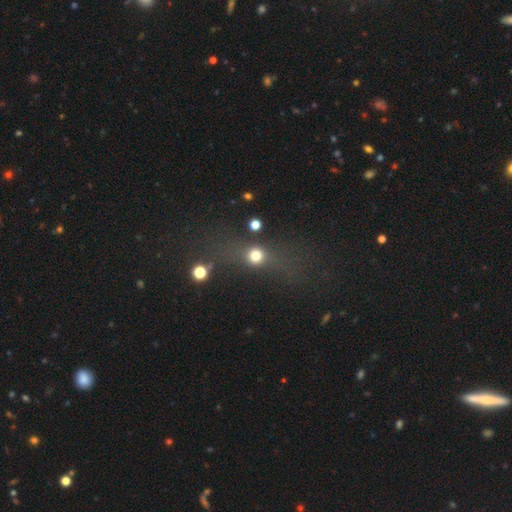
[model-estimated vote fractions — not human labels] Smooth or featured? smooth (63%)
How rounded? round (70%)
Merging? none (56%)